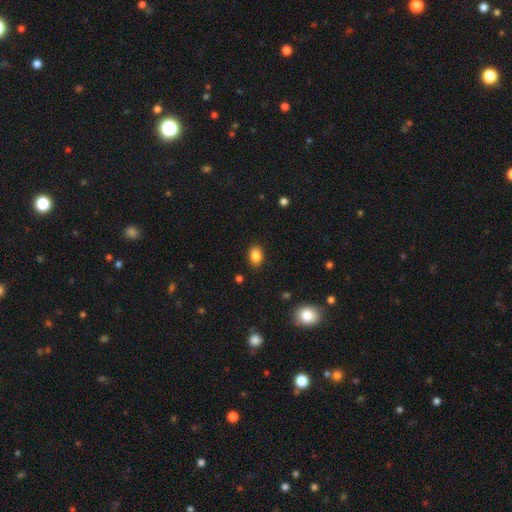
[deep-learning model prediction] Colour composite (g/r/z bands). It shows a smooth galaxy with no disk features (85%) that is in between round and cigar-shaped (76%). Merging: none (87%).